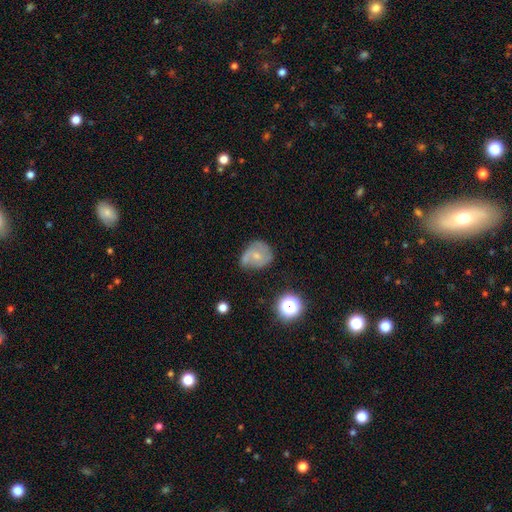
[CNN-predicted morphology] featured or disk 51%, smooth 38%, star or artifact 11%. Down the decision tree: edge-on disk — no (97%); merging — none (48%).